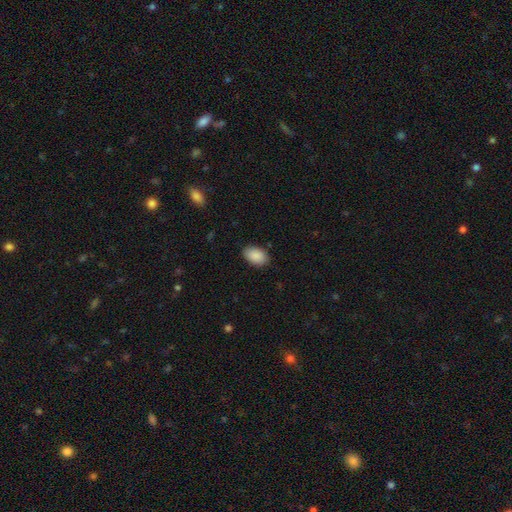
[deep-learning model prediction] This is clearly a smooth galaxy (90%). How rounded: clearly in between (91%). Merging: clearly none (86%).